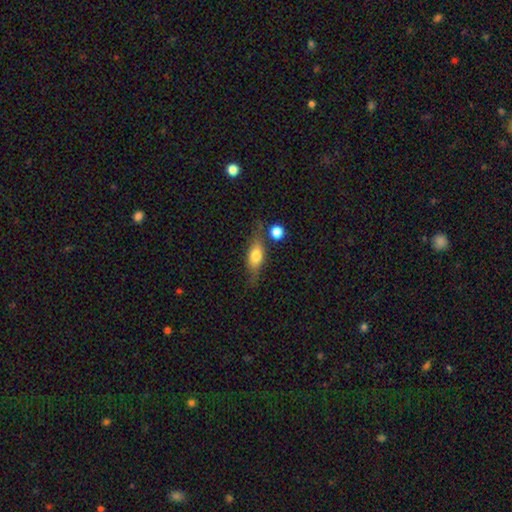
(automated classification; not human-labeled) Smooth or featured? Predicted: smooth (p=0.64). How rounded? Predicted: in between (p=0.68). Merging? Predicted: none (p=0.62).